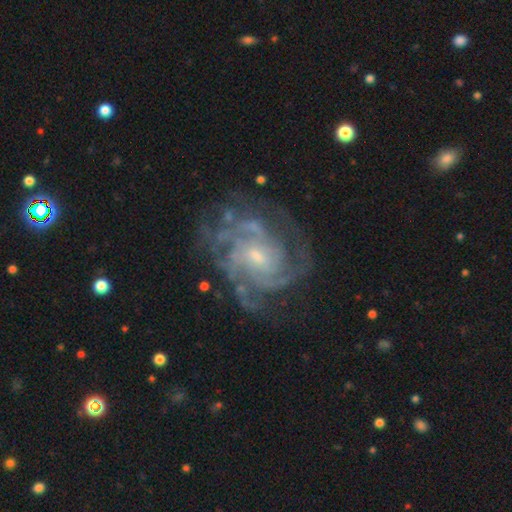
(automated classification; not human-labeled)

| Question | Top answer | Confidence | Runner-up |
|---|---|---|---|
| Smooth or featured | featured or disk | 90% | star or artifact (6%) |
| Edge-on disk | no | 98% | yes (2%) |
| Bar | no | 62% | weak (32%) |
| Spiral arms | yes | 97% | no (3%) |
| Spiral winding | tight | 60% | medium (34%) |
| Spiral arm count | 4 | 26% | 3 (23%) |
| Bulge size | small | 64% | moderate (30%) |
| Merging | none | 70% | minor disturbance (18%) |